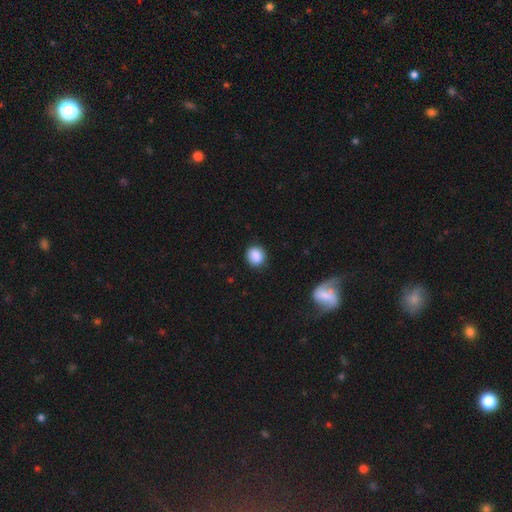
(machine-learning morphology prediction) Smooth or featured? Predicted: smooth (p=0.88). How rounded? Predicted: round (p=0.79). Merging? Predicted: none (p=0.87).